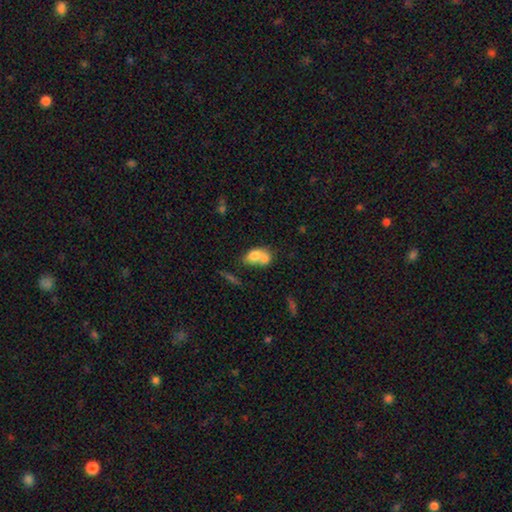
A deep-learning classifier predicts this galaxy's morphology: Smooth or featured? smooth (70%)
How rounded? in between (73%)
Merging? merger (65%)